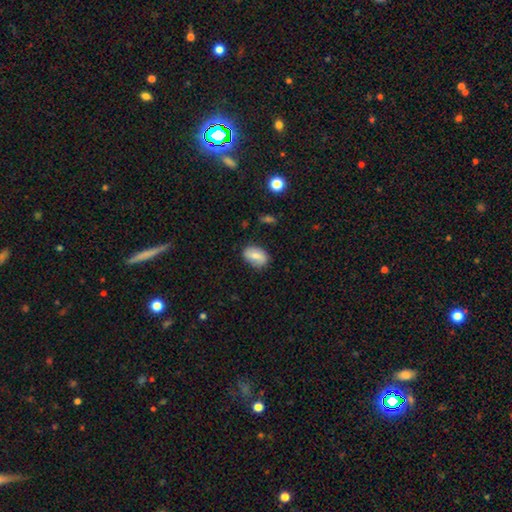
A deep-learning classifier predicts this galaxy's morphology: Smooth or featured? Predicted: smooth (p=0.70). How rounded? Predicted: in between (p=0.87). Merging? Predicted: none (p=0.78).